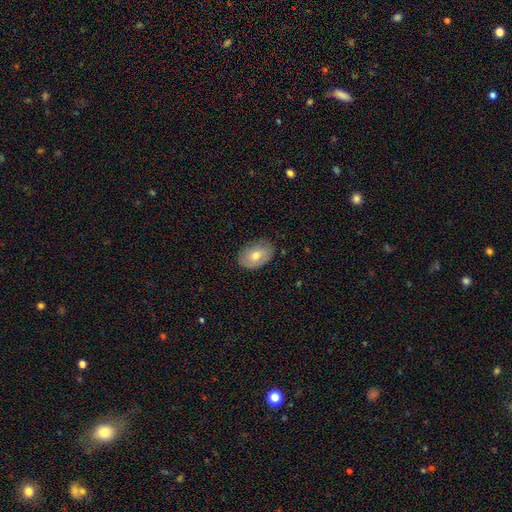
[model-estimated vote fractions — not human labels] Q: Smooth or featured?
A: smooth (66%); runner-up: featured or disk (27%)
Q: How rounded?
A: in between (90%); runner-up: round (9%)
Q: Merging?
A: none (82%); runner-up: minor disturbance (15%)